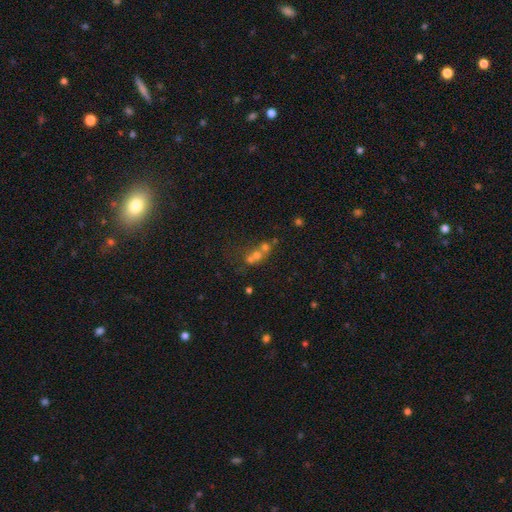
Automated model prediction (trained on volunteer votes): This is marginally a smooth galaxy (44%). Merging: possibly merger (53%).